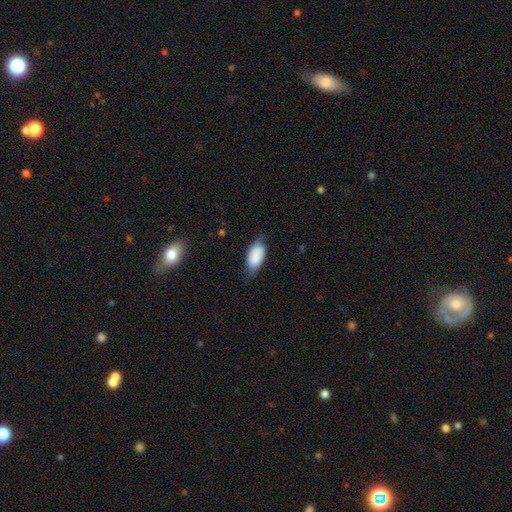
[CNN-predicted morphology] This appears to be a smooth galaxy with no disk features (79%) that is in between round and cigar-shaped (92%). Merging: none (57%).